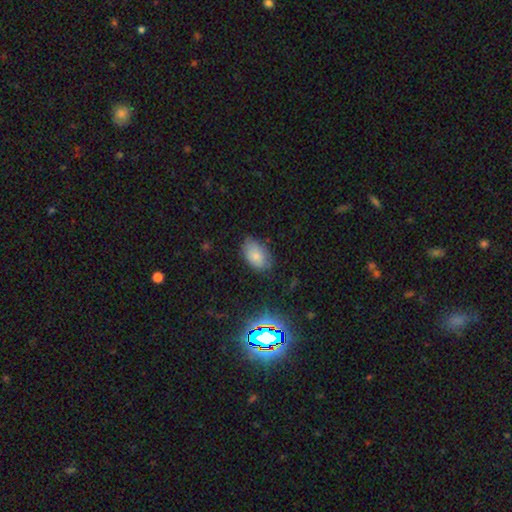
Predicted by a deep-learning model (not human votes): Smooth or featured? Predicted: smooth (p=0.78). How rounded? Predicted: in between (p=0.91). Merging? Predicted: none (p=0.74).